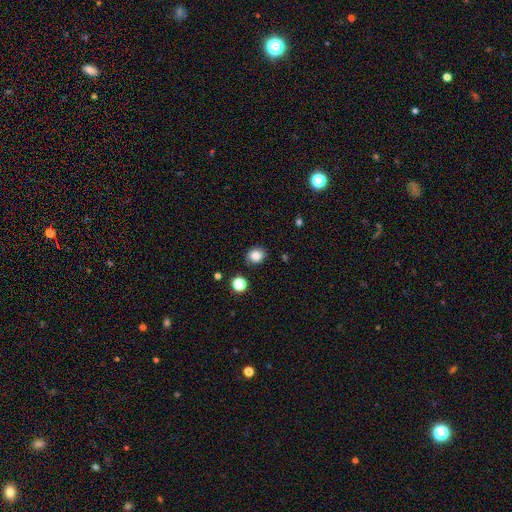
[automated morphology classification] Smooth or featured?
  - smooth: 83% *
  - star or artifact: 11%
  - featured or disk: 6%
How rounded?
  - round: 65% *
  - in between: 34%
  - cigar-shaped: 1%
Merging?
  - none: 82% *
  - minor disturbance: 12%
  - major disturbance: 3%
  - merger: 3%